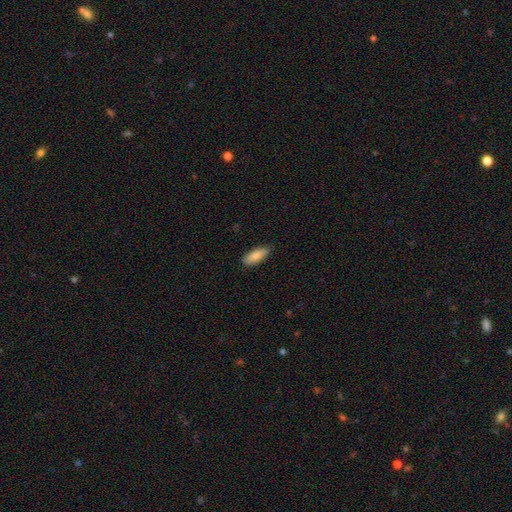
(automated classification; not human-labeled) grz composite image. It shows a smooth galaxy with no disk features (86%) that is in between round and cigar-shaped (72%). Merging: none (83%).